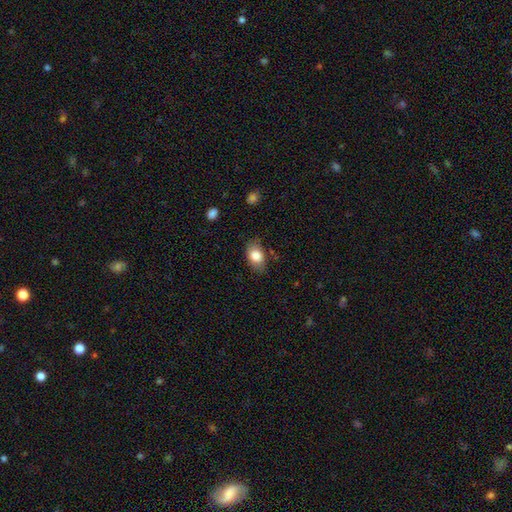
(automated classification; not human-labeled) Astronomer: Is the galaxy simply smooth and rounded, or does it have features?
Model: smooth — 83%.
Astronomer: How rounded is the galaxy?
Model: in between — 85%.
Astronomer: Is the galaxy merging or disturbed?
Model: none — 76%.